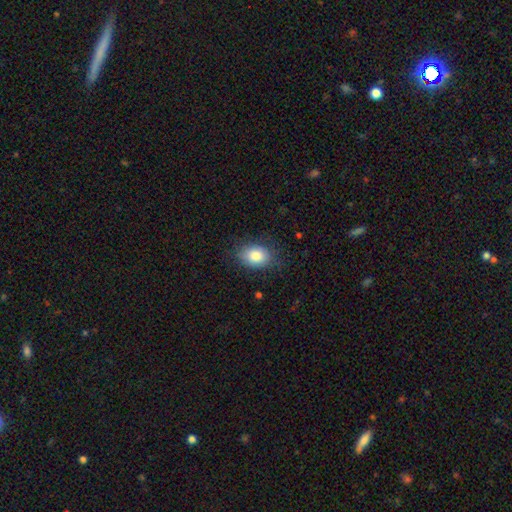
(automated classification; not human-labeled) This appears to be a smooth galaxy with no disk features (84%) that is in between round and cigar-shaped (75%). Merging: none (79%).